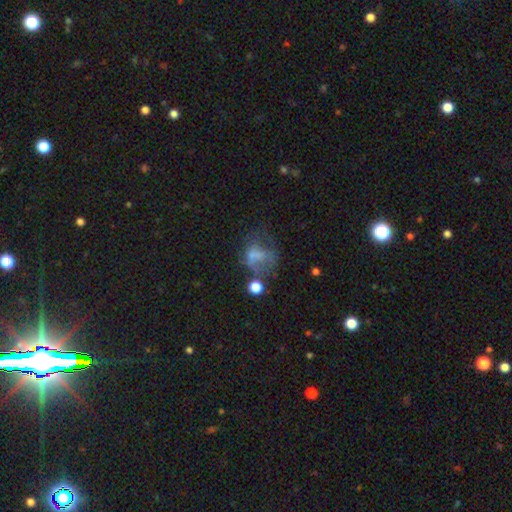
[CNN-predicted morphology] Smooth or featured?
  - smooth: 48% *
  - featured or disk: 34%
  - star or artifact: 18%
Merging?
  - major disturbance: 40% *
  - none: 29%
  - minor disturbance: 19%
  - merger: 13%